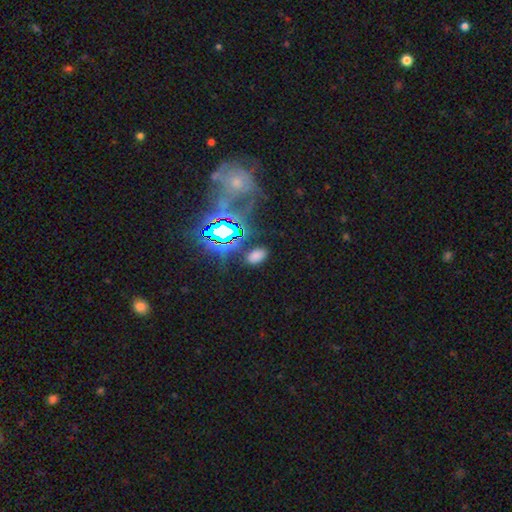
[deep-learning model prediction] Morphology: type=smooth (60%); roundness=in between (89%); merging=none (81%).